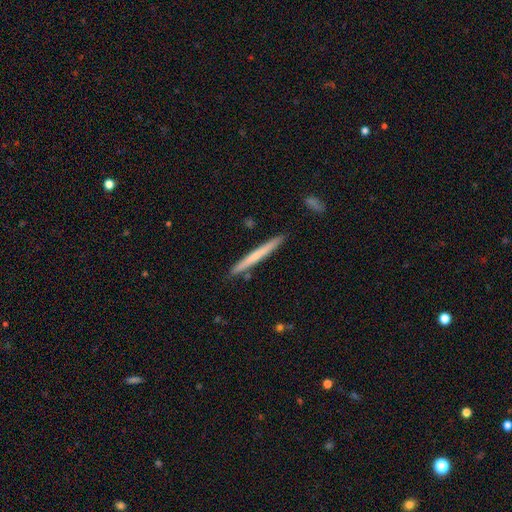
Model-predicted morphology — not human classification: This appears to be a smooth galaxy with no disk features (56%) that is cigar-shaped (97%). Merging: none (90%).